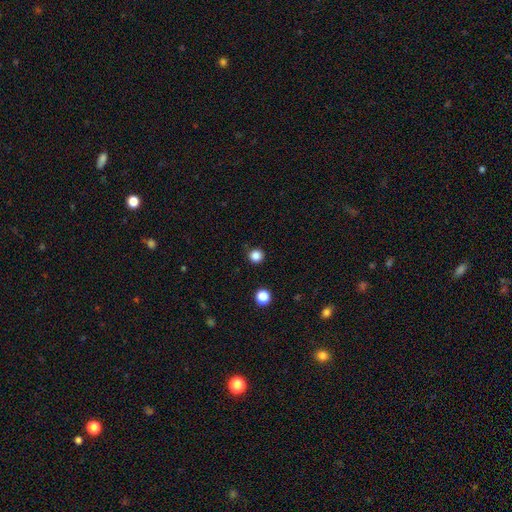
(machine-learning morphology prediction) A smooth galaxy with no disk features (85%) that is round (95%).

Vote fractions:
- Smooth or featured? smooth: 85% / star or artifact: 12% / featured or disk: 3%
- How rounded? round: 95% / in between: 4% / cigar-shaped: 1%
- Merging? none: 91% / minor disturbance: 5% / major disturbance: 2% / merger: 1%